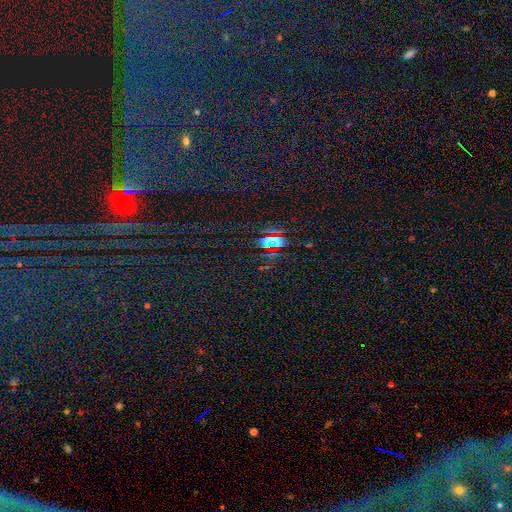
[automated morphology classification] smooth-or-featured: star or artifact: 81% | smooth: 11% | featured or disk: 8%